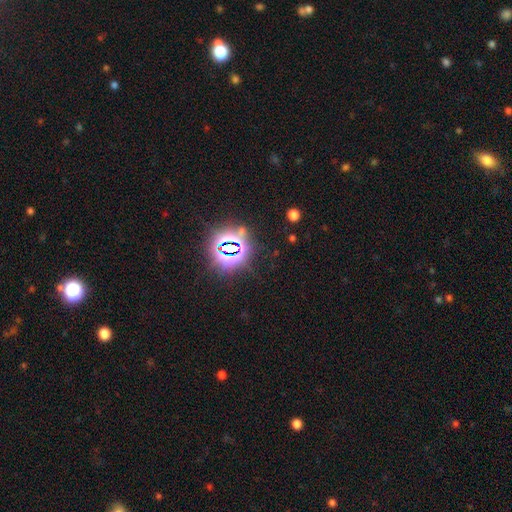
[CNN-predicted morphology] A star or artifact, not a galaxy (81%).